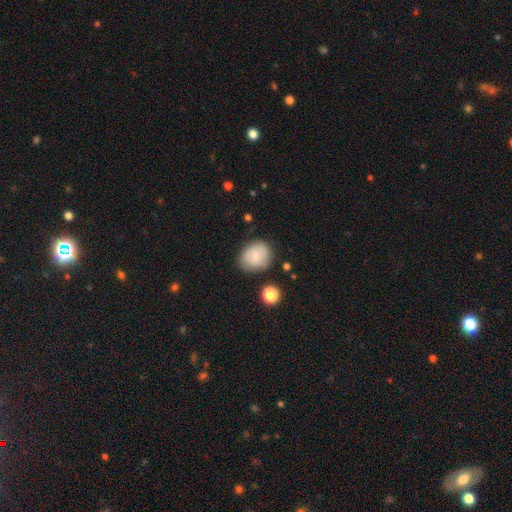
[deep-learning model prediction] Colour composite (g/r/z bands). It shows a smooth galaxy with no disk features (74%) that is round (65%). Merging: none (75%).